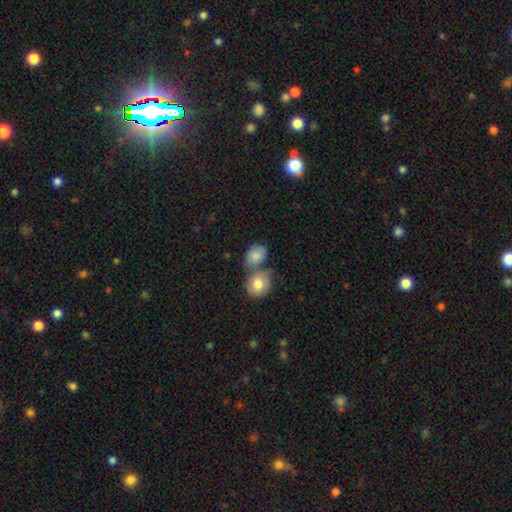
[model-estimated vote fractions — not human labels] Q: Smooth or featured?
A: smooth (78%); runner-up: featured or disk (15%)
Q: How rounded?
A: in between (59%); runner-up: round (40%)
Q: Merging?
A: merger (54%); runner-up: none (28%)